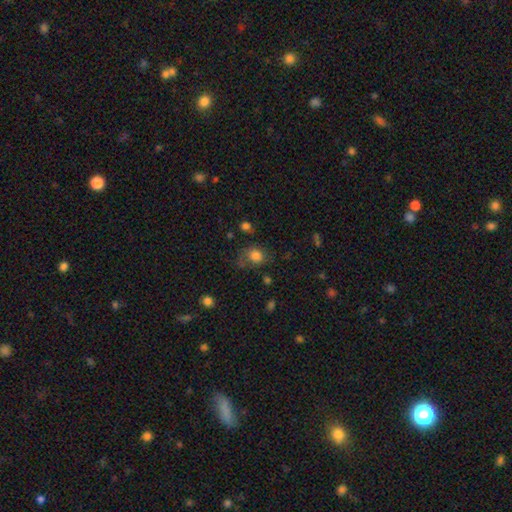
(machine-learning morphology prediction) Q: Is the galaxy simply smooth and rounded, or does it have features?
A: smooth — 79%.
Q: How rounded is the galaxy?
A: round — 70%.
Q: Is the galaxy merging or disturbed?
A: none — 59%.